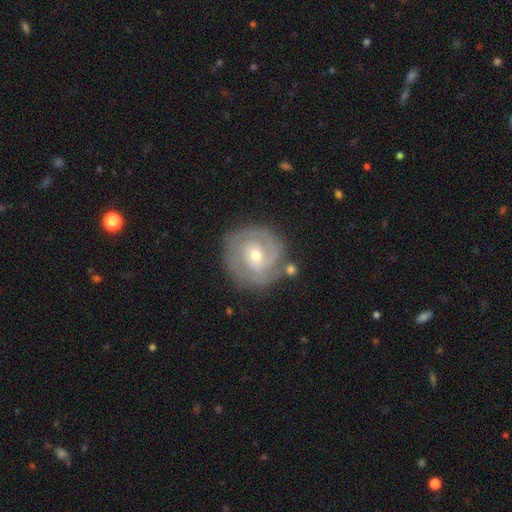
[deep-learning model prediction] This is clearly a featured or disk galaxy (81%). It is clearly not viewed edge-on (98%). Bar: likely no (61%). Spiral arm pattern: clearly yes (93%). Spiral arm count: marginally 2 (44%). Spiral winding: likely tight (71%). Central bulge: possibly moderate (55%). Merging: likely none (76%).